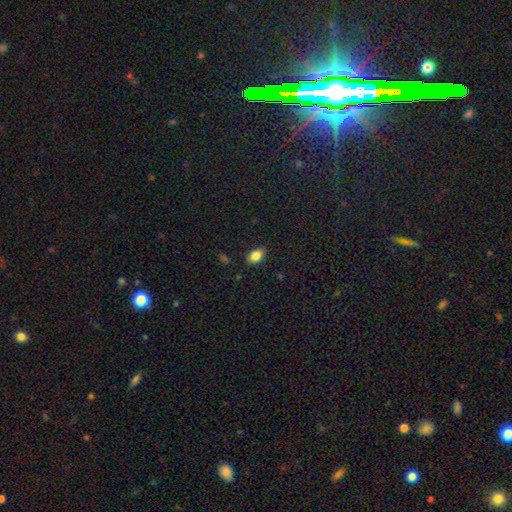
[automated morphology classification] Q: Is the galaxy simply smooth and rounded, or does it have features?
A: smooth — 84%.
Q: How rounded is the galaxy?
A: in between — 85%.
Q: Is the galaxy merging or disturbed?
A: none — 87%.